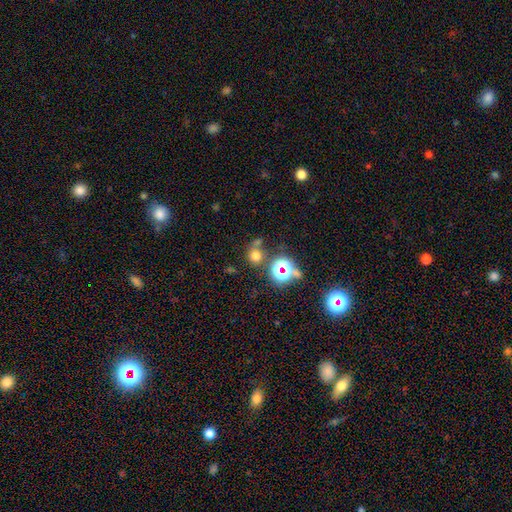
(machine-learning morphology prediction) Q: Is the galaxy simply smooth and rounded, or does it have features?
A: smooth — 64%.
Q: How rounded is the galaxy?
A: round — 85%.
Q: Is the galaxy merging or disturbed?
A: none — 63%.